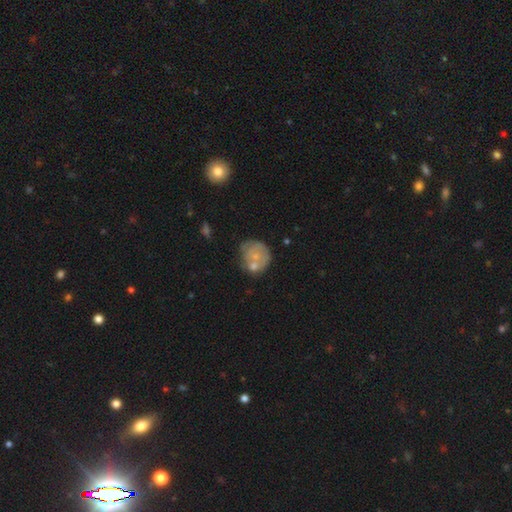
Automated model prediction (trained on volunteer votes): Smooth or featured? Predicted: smooth (p=0.53). How rounded? Predicted: round (p=0.80). Merging? Predicted: none (p=0.43).